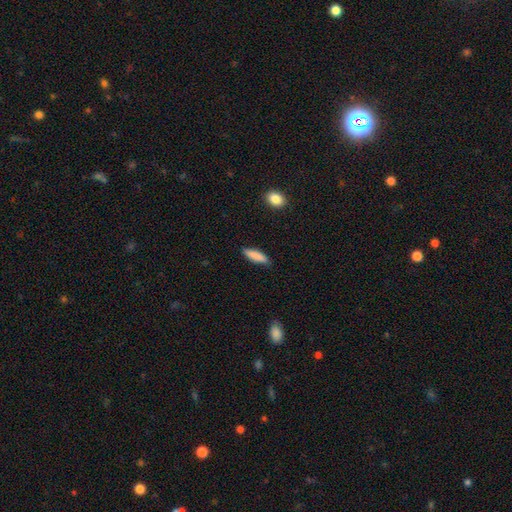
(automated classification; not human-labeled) Smooth or featured? Predicted: smooth (p=0.86). How rounded? Predicted: cigar-shaped (p=0.66). Merging? Predicted: none (p=0.86).